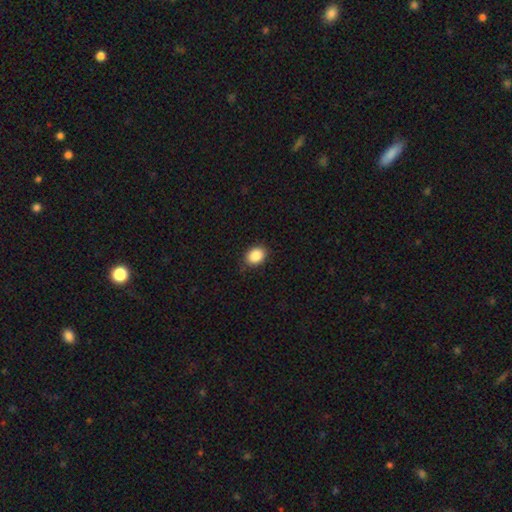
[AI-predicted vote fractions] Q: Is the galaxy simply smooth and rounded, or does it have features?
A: smooth — 88%.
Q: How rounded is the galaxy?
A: in between — 61%.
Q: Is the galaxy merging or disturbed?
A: none — 85%.